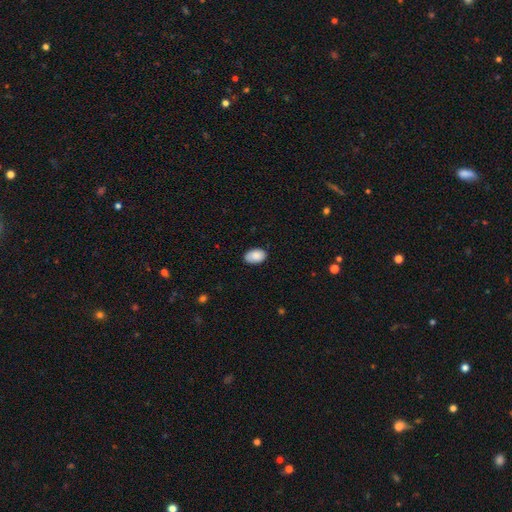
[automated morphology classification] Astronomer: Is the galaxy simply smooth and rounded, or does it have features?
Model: smooth — 88%.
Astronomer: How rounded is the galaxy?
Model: in between — 91%.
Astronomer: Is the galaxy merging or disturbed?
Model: none — 82%.